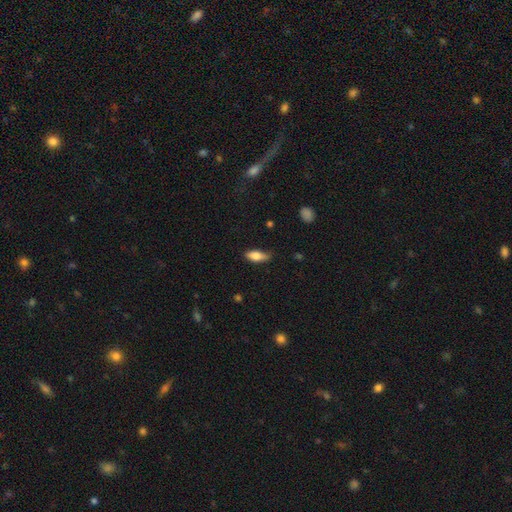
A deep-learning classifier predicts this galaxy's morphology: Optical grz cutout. It shows a smooth galaxy with no disk features (79%) that is in between round and cigar-shaped (77%). Merging: none (61%).